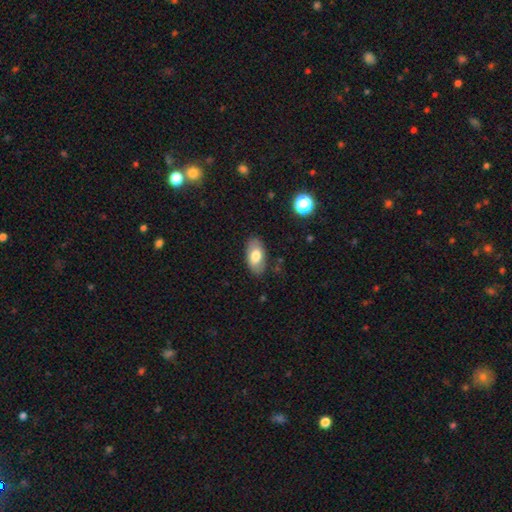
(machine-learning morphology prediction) Q: Smooth or featured?
A: smooth (72%); runner-up: featured or disk (21%)
Q: How rounded?
A: in between (93%); runner-up: round (5%)
Q: Merging?
A: none (83%); runner-up: minor disturbance (13%)